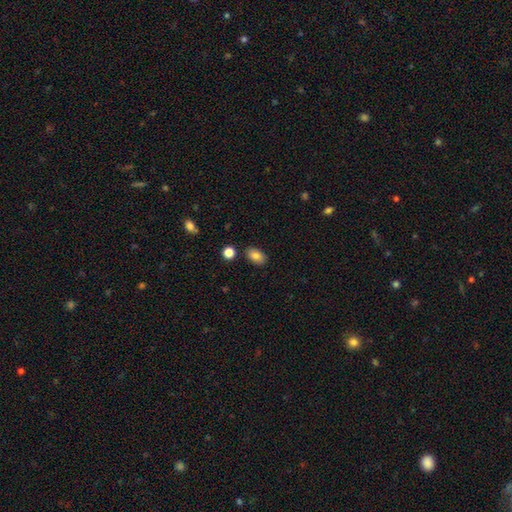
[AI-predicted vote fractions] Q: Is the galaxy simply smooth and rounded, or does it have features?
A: smooth — 84%.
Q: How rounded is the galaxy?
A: in between — 89%.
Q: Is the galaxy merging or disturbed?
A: none — 84%.